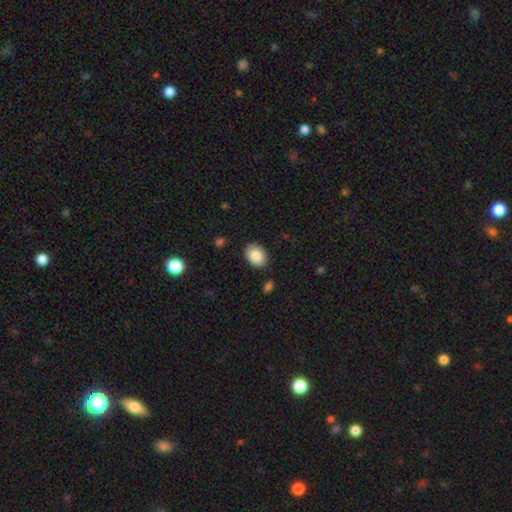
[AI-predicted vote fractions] Overall: smooth (88%). How rounded: in between (74%). Merging: none (85%).